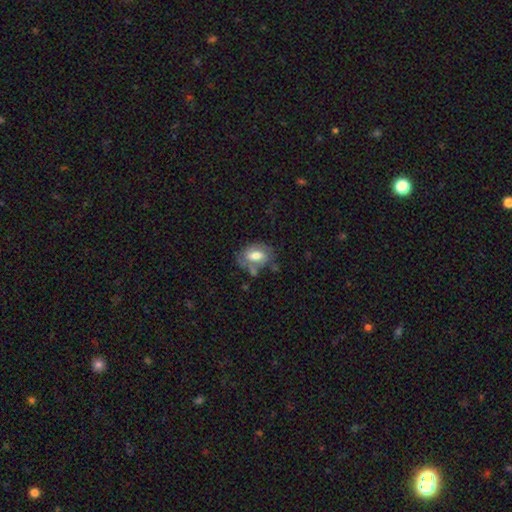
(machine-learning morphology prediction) A smooth galaxy with no disk features (53%) that is in between round and cigar-shaped (83%).

Vote fractions:
- Smooth or featured? smooth: 53% / featured or disk: 40% / star or artifact: 7%
- How rounded? in between: 83% / round: 15% / cigar-shaped: 2%
- Merging? none: 51% / minor disturbance: 26% / major disturbance: 13% / merger: 11%